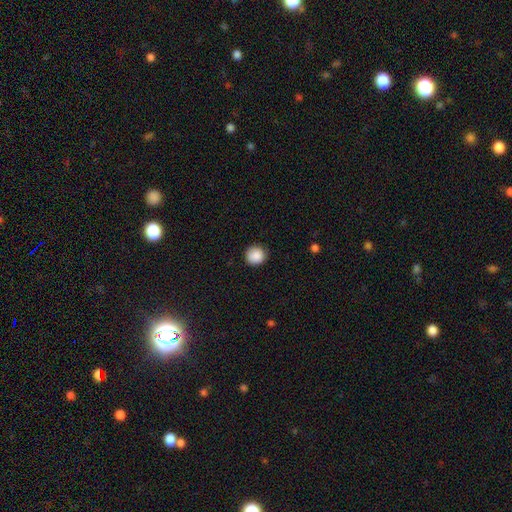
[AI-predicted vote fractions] A smooth galaxy with no disk features (89%) that is round (93%). Merging: none (87%).